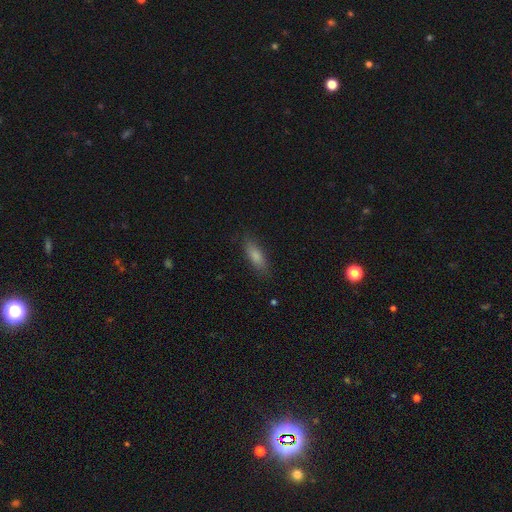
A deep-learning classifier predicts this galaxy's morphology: Smooth or featured?
  - smooth: 82% *
  - featured or disk: 11%
  - star or artifact: 7%
How rounded?
  - in between: 57% *
  - cigar-shaped: 41%
  - round: 2%
Merging?
  - none: 83% *
  - minor disturbance: 13%
  - major disturbance: 3%
  - merger: 1%